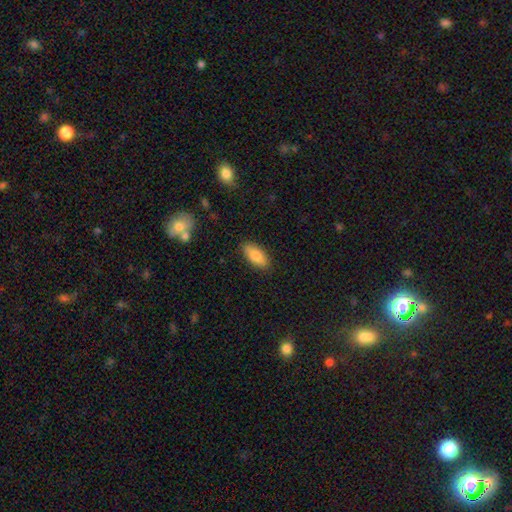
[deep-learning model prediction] smooth_or_featured: smooth (p=0.84) [alt: featured or disk p=0.09]
how_rounded: in between (p=0.86) [alt: cigar-shaped p=0.12]
merging: none (p=0.86) [alt: minor disturbance p=0.10]